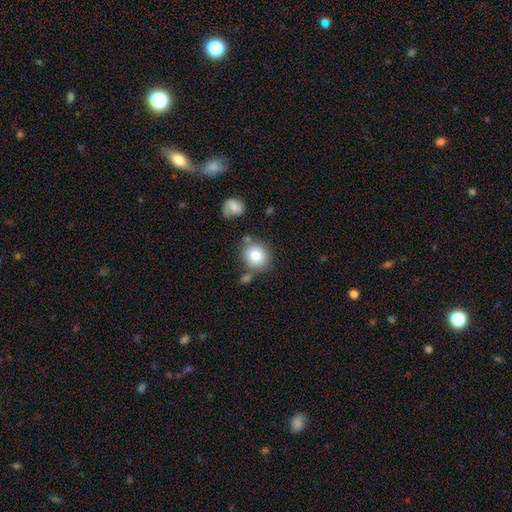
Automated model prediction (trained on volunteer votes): smooth 82%, featured or disk 10%, star or artifact 8%. Down the decision tree: how rounded — round (84%); merging — none (70%).